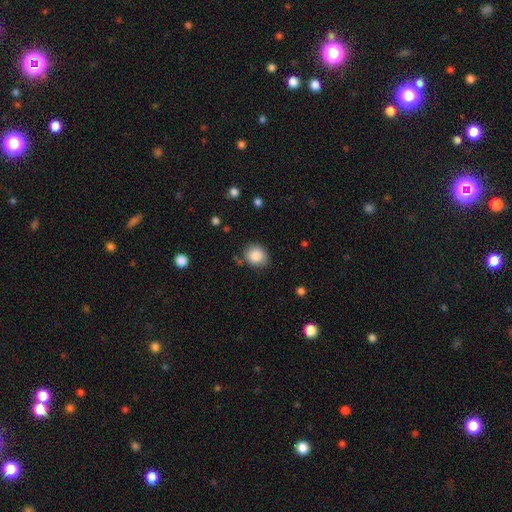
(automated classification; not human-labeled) Overall: smooth (87%). How rounded: round (70%). Merging: none (76%).